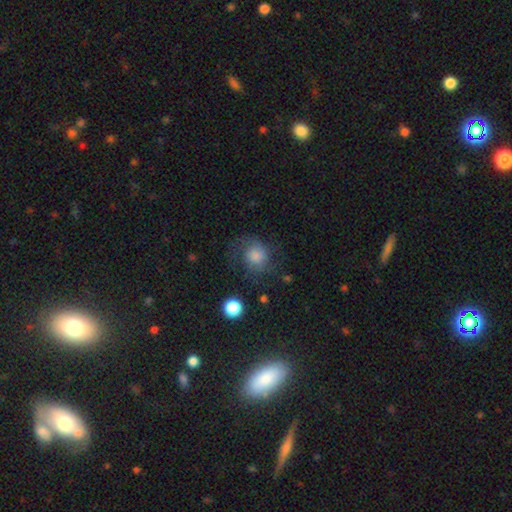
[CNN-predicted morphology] Smooth or featured? smooth (51%)
How rounded? round (76%)
Merging? none (55%)